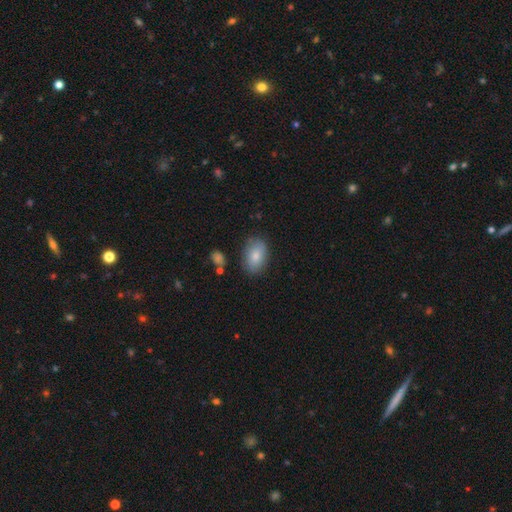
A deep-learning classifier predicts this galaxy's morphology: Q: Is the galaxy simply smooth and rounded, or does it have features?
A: smooth — 80%.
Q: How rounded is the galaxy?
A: in between — 87%.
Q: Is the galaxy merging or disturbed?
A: none — 79%.